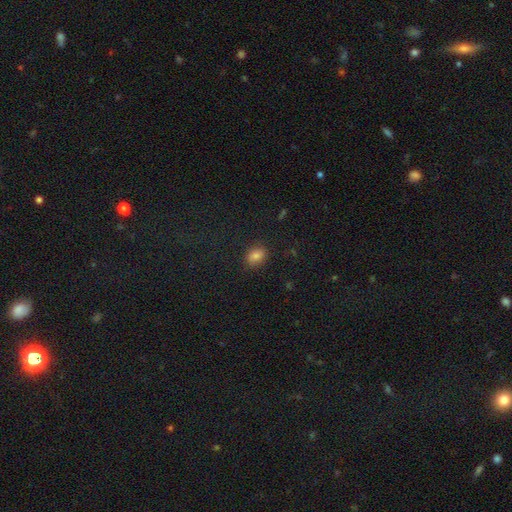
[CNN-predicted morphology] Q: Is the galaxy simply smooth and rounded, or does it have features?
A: smooth — 77%.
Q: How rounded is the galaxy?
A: in between — 71%.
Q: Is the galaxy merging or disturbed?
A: none — 84%.